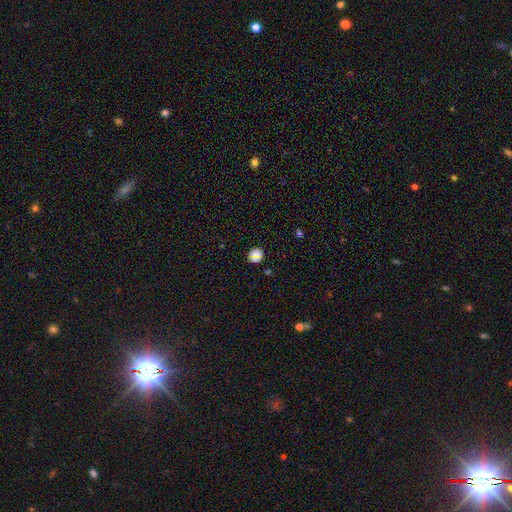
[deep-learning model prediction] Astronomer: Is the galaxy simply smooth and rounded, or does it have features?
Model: smooth — 76%.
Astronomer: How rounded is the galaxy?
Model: round — 87%.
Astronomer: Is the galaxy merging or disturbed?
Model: none — 84%.